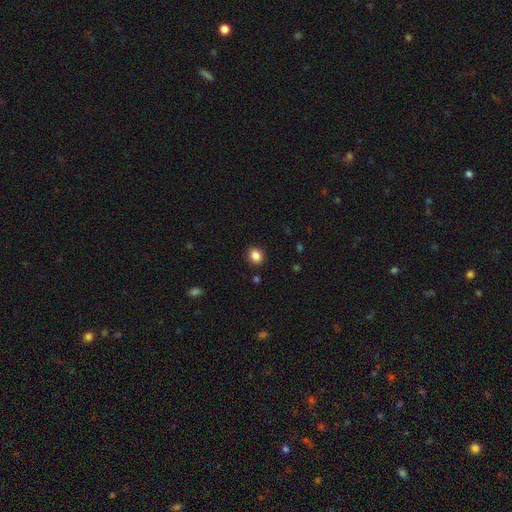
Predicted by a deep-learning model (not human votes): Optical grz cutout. It shows a smooth galaxy with no disk features (86%) that is round (69%). Merging: none (90%).